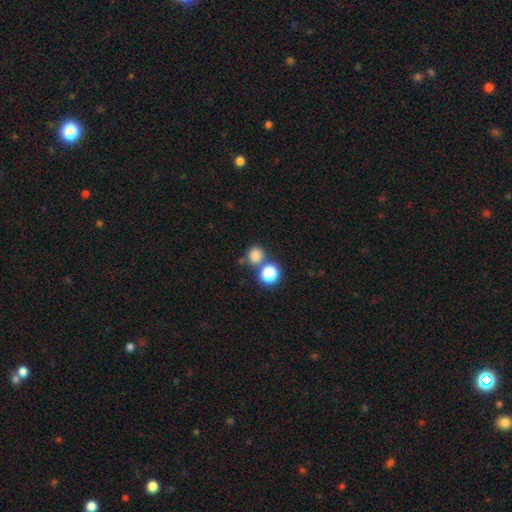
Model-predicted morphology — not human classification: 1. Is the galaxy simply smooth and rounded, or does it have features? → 79% smooth, 15% star or artifact, 6% featured or disk.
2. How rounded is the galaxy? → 85% round, 14% in between, 1% cigar-shaped.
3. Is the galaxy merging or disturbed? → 63% none, 26% merger, 8% minor disturbance, 3% major disturbance.